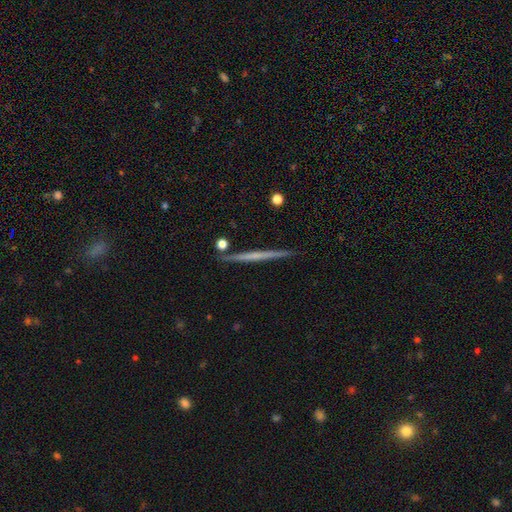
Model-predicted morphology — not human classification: Smooth or featured?
  - featured or disk: 59% *
  - smooth: 35%
  - star or artifact: 6%
Edge-on disk?
  - yes: 98% *
  - no: 2%
Edge-on bulge?
  - none: 85% *
  - rounded: 10%
  - boxy: 4%
Merging?
  - none: 90% *
  - minor disturbance: 6%
  - merger: 2%
  - major disturbance: 1%